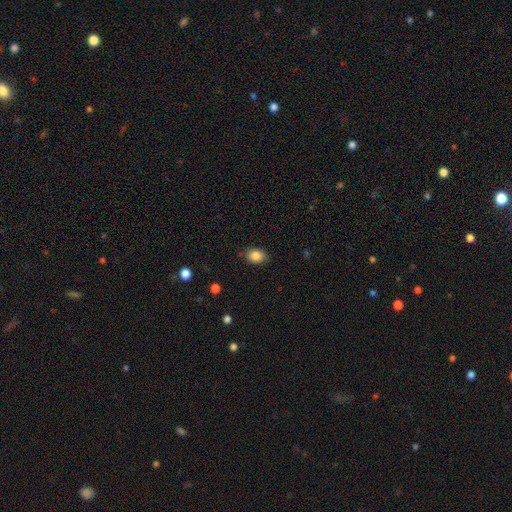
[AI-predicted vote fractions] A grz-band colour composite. It shows a smooth galaxy with no disk features (85%) that is in between round and cigar-shaped (64%). Merging: none (79%).